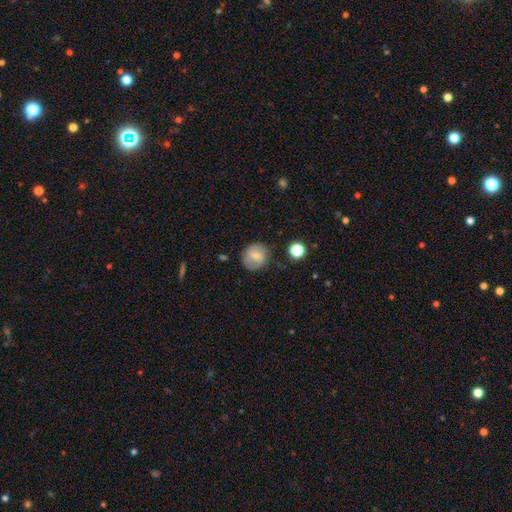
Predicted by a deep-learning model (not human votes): This is likely a smooth galaxy (69%). How rounded: clearly round (84%). Merging: likely none (80%).